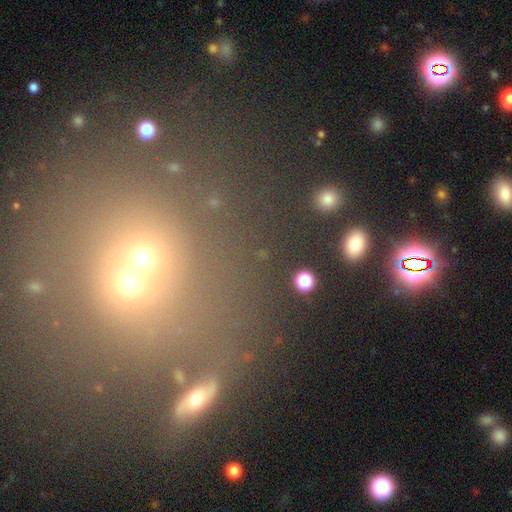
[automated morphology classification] Overall: star or artifact (44%; smooth 42%).